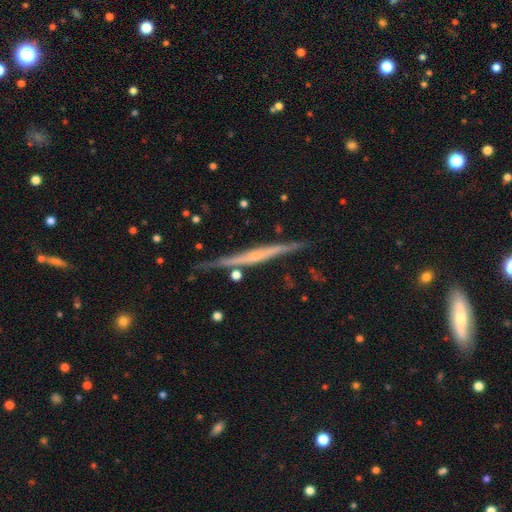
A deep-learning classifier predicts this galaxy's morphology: smooth-or-featured: featured or disk: 77% | smooth: 17% | star or artifact: 6%
  disk-edge-on: yes: 97% | no: 3%
    edge-on-bulge: rounded: 46% | none: 44% | boxy: 10%
  merging: none: 81% | minor disturbance: 13% | merger: 3% | major disturbance: 3%